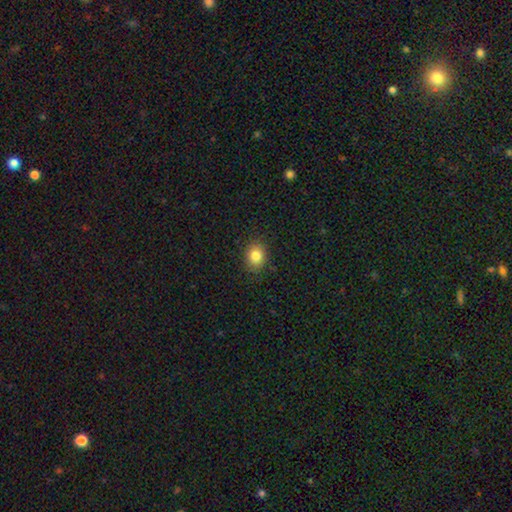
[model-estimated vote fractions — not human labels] Q: Smooth or featured?
A: smooth (83%); runner-up: star or artifact (10%)
Q: How rounded?
A: round (55%); runner-up: in between (44%)
Q: Merging?
A: none (87%); runner-up: minor disturbance (9%)